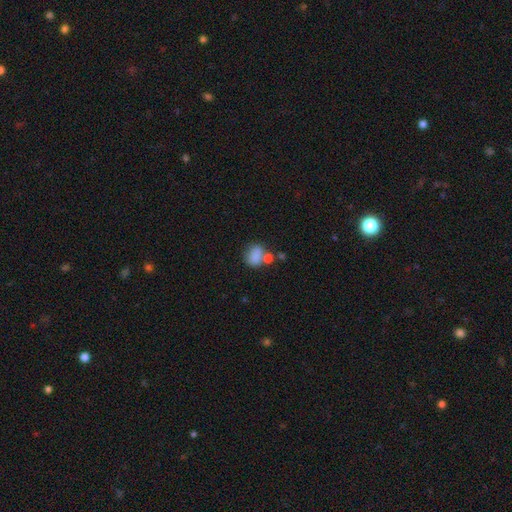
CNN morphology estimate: A smooth galaxy with no disk features (79%) that is in between round and cigar-shaped (57%).

Vote fractions:
- Smooth or featured? smooth: 79% / star or artifact: 11% / featured or disk: 10%
- How rounded? in between: 57% / round: 41% / cigar-shaped: 2%
- Merging? none: 47% / merger: 27% / minor disturbance: 18% / major disturbance: 8%